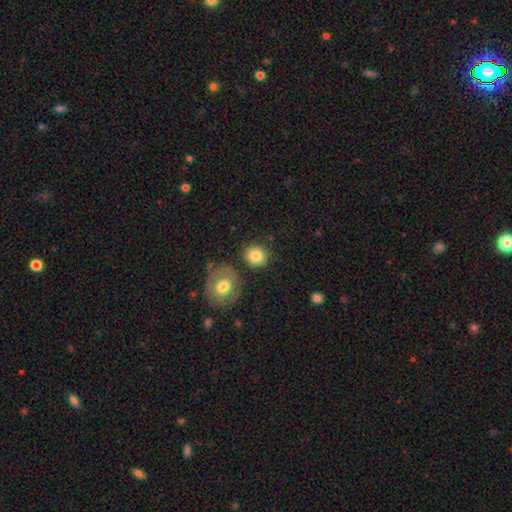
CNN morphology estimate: Smooth or featured? Predicted: smooth (p=0.84). How rounded? Predicted: round (p=0.86). Merging? Predicted: none (p=0.80).